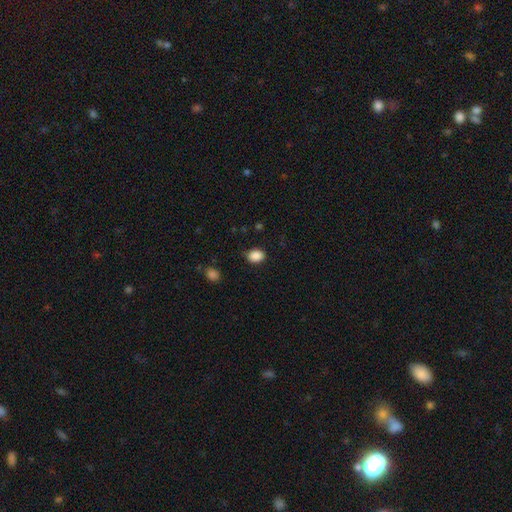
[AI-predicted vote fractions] smooth 88%, star or artifact 9%, featured or disk 3%. Down the decision tree: how rounded — in between (63%); merging — none (80%).